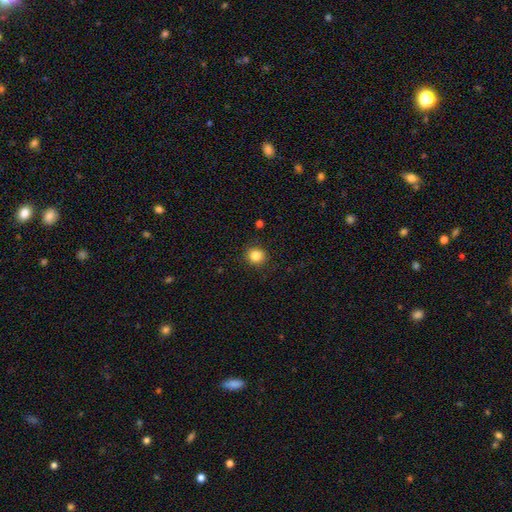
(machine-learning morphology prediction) Smooth or featured? Predicted: smooth (p=0.84). How rounded? Predicted: round (p=0.86). Merging? Predicted: none (p=0.89).